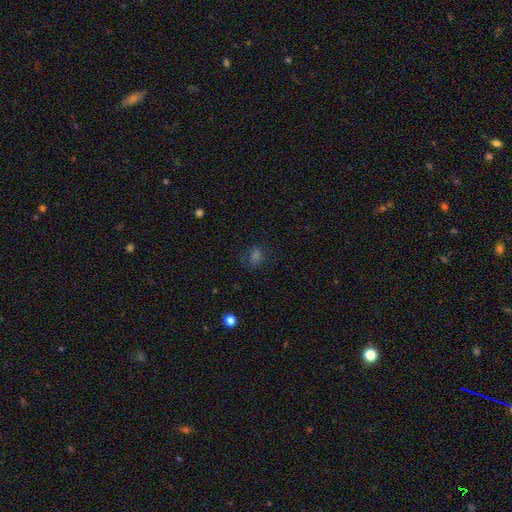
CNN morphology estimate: This appears to be a smooth galaxy with no disk features (61%) that is round (56%). Merging: none (74%).